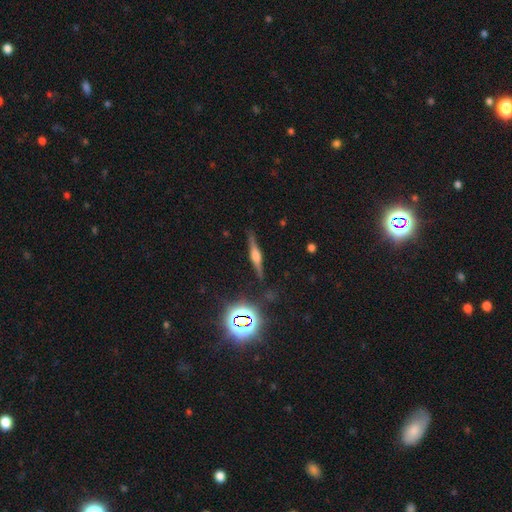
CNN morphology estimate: This is likely a featured or disk galaxy (68%). It is clearly viewed edge-on (97%). Edge-on bulge: likely rounded (77%). Merging: clearly none (86%).